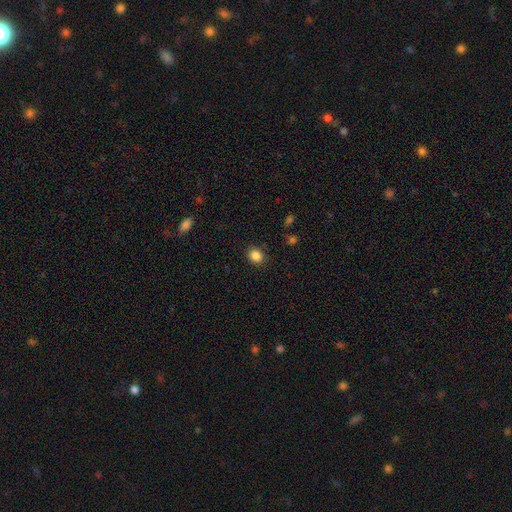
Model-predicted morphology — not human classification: Q: Smooth or featured?
A: smooth (86%); runner-up: star or artifact (10%)
Q: How rounded?
A: round (67%); runner-up: in between (32%)
Q: Merging?
A: none (87%); runner-up: minor disturbance (9%)